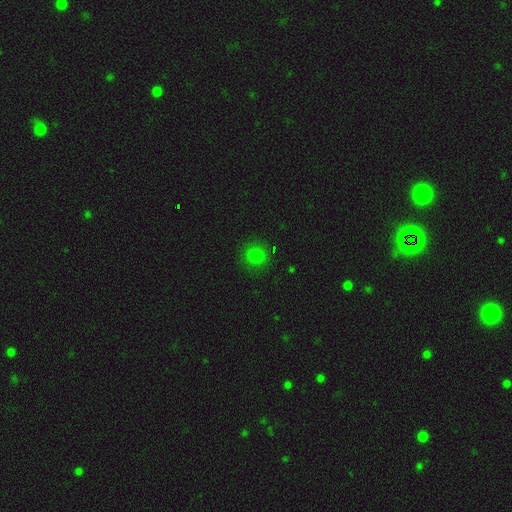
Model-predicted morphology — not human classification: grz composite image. It shows a smooth galaxy with no disk features (79%) that is round (88%). Merging: none (88%).